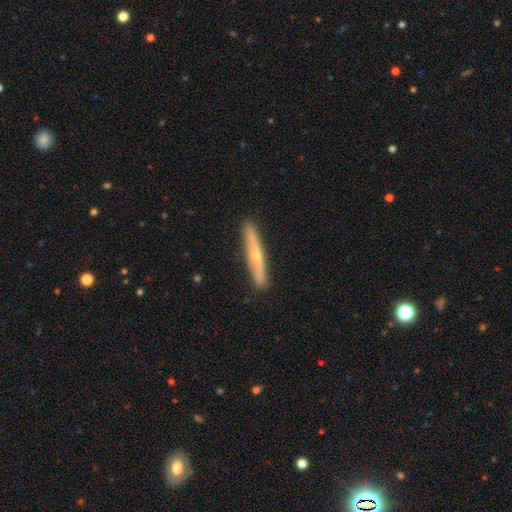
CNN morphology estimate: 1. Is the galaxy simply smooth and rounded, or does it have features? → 61% featured or disk, 33% smooth, 6% star or artifact.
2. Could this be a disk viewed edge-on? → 92% yes, 8% no.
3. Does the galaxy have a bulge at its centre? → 84% rounded, 14% none, 2% boxy.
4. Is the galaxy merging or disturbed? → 90% none, 7% minor disturbance, 1% major disturbance, 1% merger.